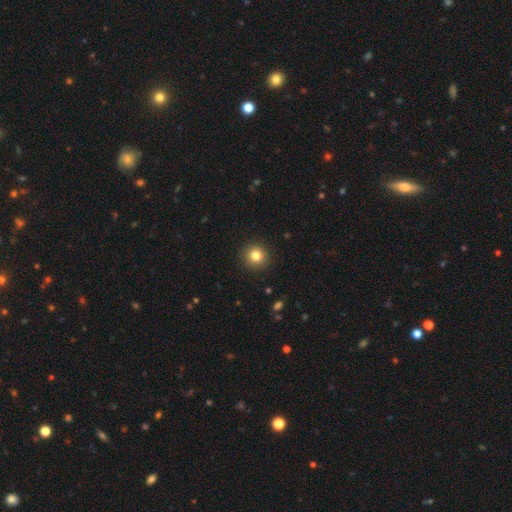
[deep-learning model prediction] A smooth galaxy with no disk features (82%) that is round (93%). Merging: none (92%).